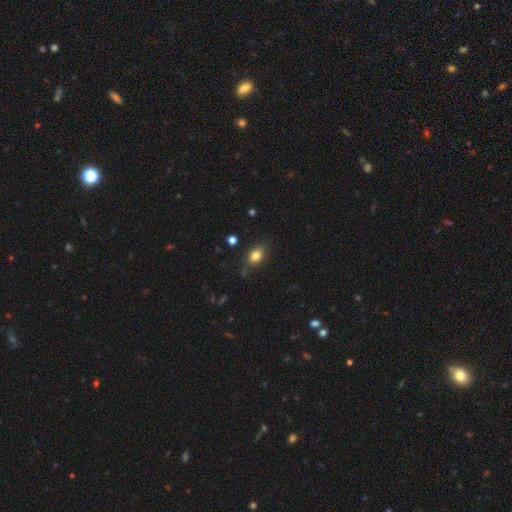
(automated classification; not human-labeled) The model was most divided on "how rounded": in between: 77%, round: 21%, cigar-shaped: 2%. More confident: smooth or featured — smooth (82%); merging — none (78%).